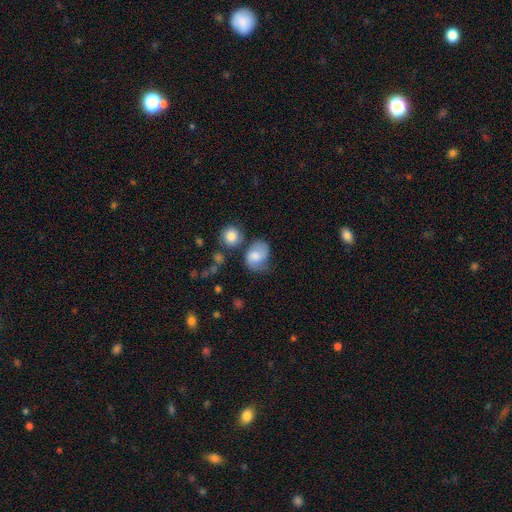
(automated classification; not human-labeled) smooth 64%, featured or disk 28%, star or artifact 9%. Down the decision tree: how rounded — in between (55%); merging — none (45%).